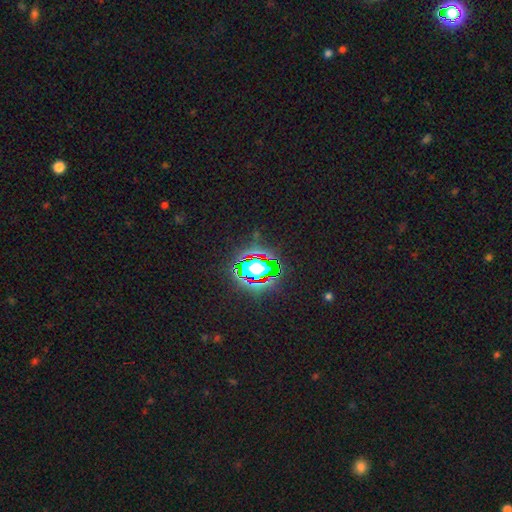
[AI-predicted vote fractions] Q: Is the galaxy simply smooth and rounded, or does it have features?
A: star or artifact — 74%.